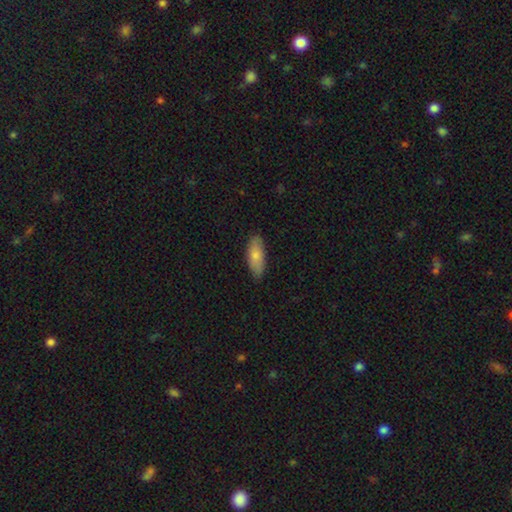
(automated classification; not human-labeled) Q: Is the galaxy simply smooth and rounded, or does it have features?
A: smooth — 79%.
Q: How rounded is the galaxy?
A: in between — 77%.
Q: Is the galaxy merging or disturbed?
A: none — 83%.